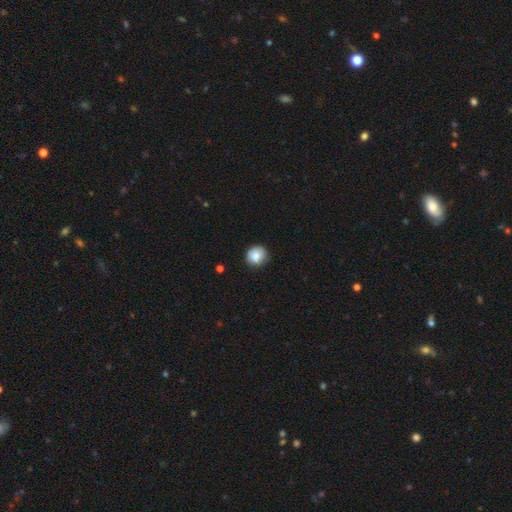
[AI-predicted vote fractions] smooth 84%, star or artifact 9%, featured or disk 7%. Down the decision tree: how rounded — round (89%); merging — none (84%).